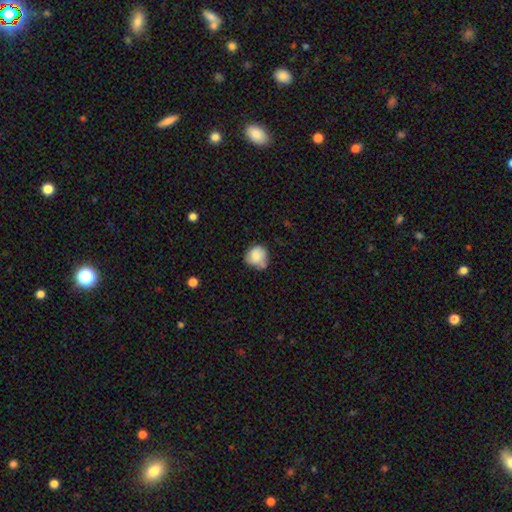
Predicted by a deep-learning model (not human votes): A smooth galaxy with no disk features (75%) that is round (77%). Merging: none (46%).